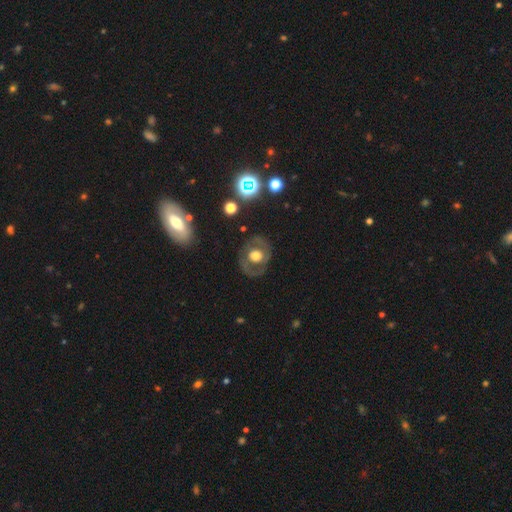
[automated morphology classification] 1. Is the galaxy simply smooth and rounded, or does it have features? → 56% featured or disk, 36% smooth, 8% star or artifact.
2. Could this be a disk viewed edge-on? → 95% no, 5% yes.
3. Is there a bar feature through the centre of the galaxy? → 81% no, 14% weak, 5% strong.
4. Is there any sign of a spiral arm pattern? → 72% no, 28% yes.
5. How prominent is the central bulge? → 45% large, 44% moderate, 5% small, 5% dominant, 2% none.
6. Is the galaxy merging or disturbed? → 77% none, 13% minor disturbance, 8% major disturbance, 2% merger.